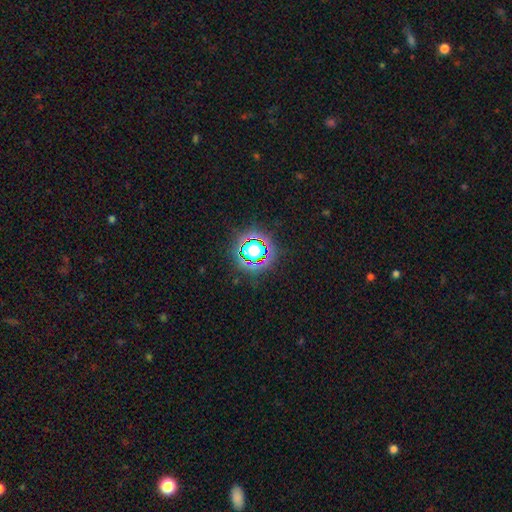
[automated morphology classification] Smooth or featured? Predicted: star or artifact (p=0.76).